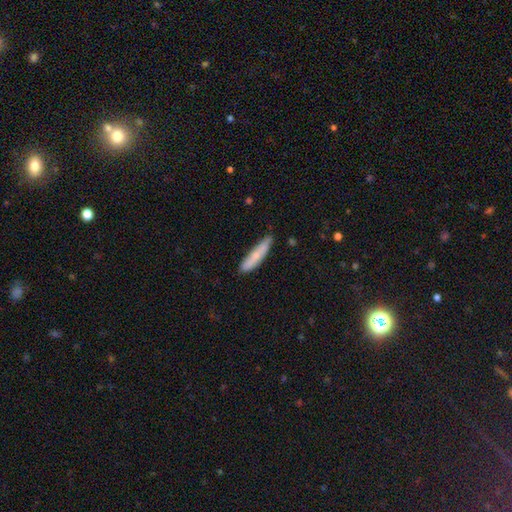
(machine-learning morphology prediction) This appears to be a smooth galaxy with no disk features (77%) that is cigar-shaped (85%). Merging: none (78%).